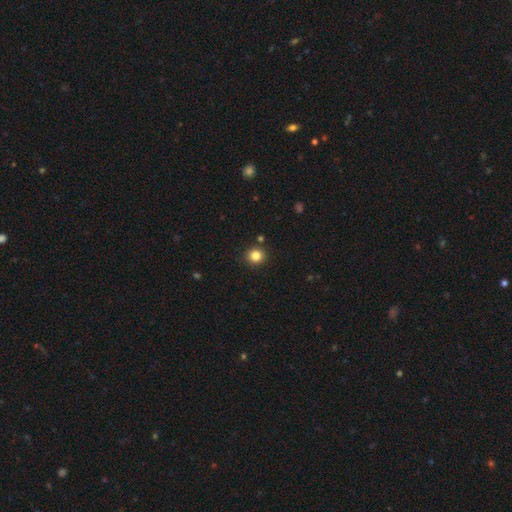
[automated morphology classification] Overall: smooth (83%). How rounded: round (91%). Merging: none (89%).